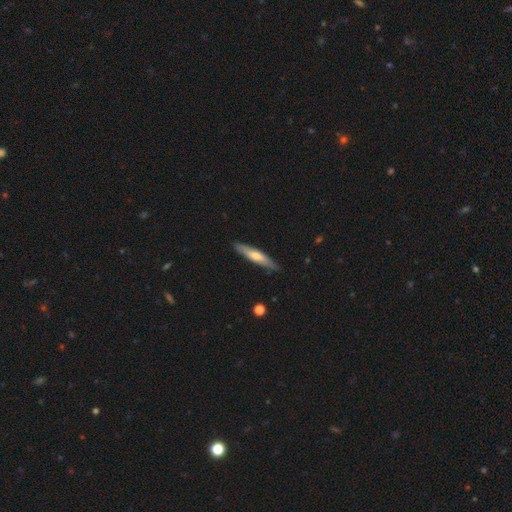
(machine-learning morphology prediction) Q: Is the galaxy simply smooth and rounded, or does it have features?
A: smooth — 52%.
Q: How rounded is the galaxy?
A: cigar-shaped — 87%.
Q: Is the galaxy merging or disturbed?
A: none — 88%.